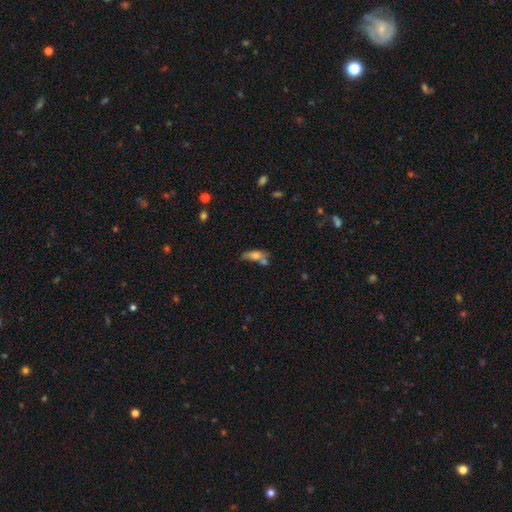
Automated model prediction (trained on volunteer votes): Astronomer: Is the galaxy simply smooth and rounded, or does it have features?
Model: smooth — 66%.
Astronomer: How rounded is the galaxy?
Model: in between — 71%.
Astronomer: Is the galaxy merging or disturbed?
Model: merger — 34% (runner-up: none, 32%).